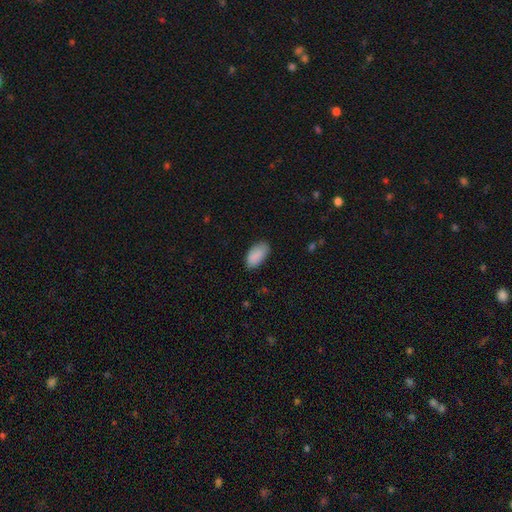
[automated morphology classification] smooth_or_featured: smooth (p=0.89) [alt: star or artifact p=0.06]
how_rounded: in between (p=0.95) [alt: round p=0.03]
merging: none (p=0.80) [alt: minor disturbance p=0.16]